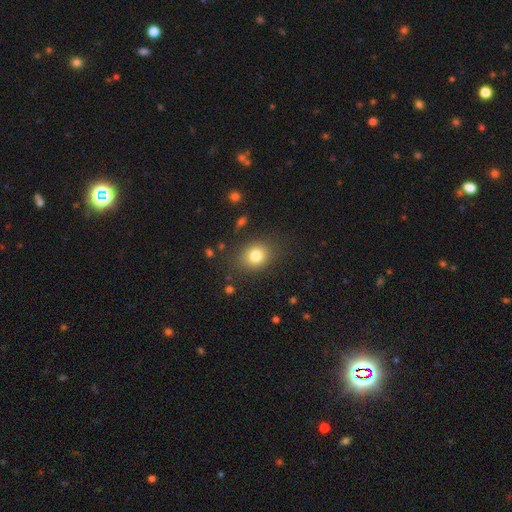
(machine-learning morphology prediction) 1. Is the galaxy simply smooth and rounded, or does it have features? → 79% smooth, 12% star or artifact, 9% featured or disk.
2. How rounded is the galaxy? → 57% round, 42% in between, 1% cigar-shaped.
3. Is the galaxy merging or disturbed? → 82% none, 11% minor disturbance, 5% major disturbance, 2% merger.